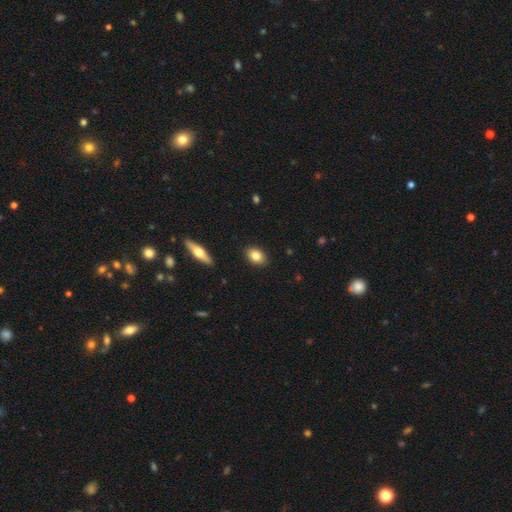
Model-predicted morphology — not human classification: This is clearly a smooth galaxy (82%). How rounded: likely in between (71%). Merging: clearly none (89%).